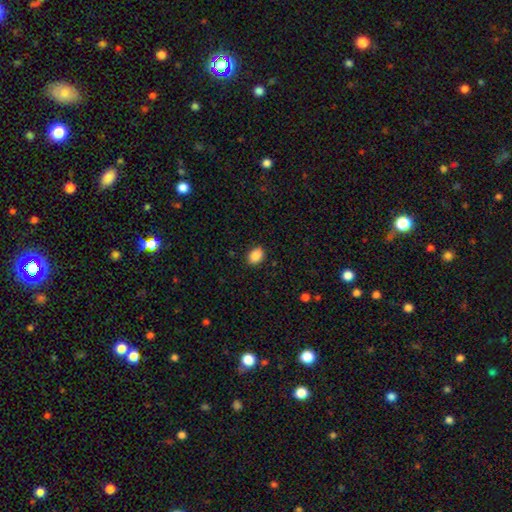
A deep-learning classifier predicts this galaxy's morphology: A smooth galaxy with no disk features (88%) that is in between round and cigar-shaped (69%).

Vote fractions:
- Smooth or featured? smooth: 88% / star or artifact: 8% / featured or disk: 3%
- How rounded? in between: 69% / round: 30% / cigar-shaped: 1%
- Merging? none: 85% / minor disturbance: 11% / major disturbance: 3% / merger: 1%